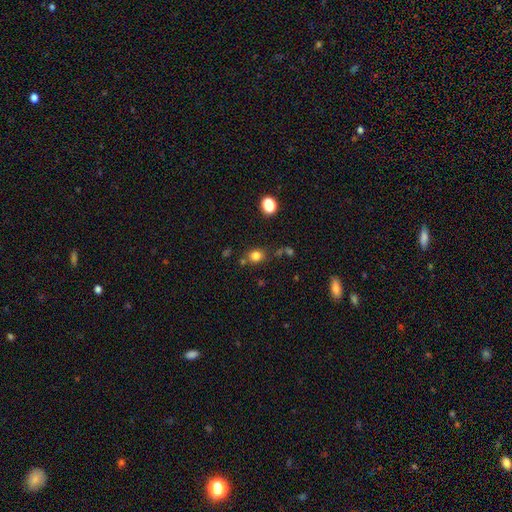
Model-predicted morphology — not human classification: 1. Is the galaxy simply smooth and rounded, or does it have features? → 79% smooth, 14% star or artifact, 6% featured or disk.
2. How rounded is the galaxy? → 72% round, 27% in between, 1% cigar-shaped.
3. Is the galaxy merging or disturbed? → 75% none, 13% minor disturbance, 8% merger, 5% major disturbance.